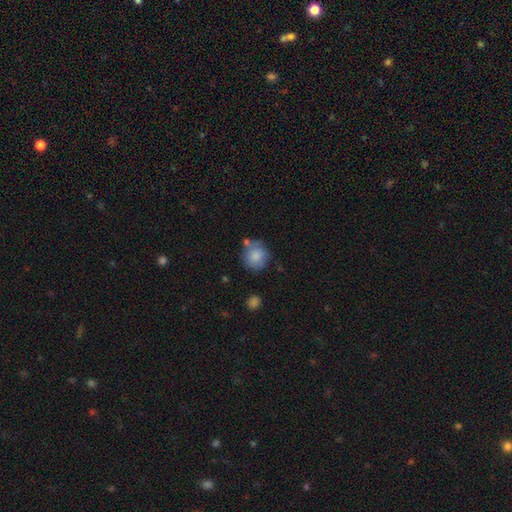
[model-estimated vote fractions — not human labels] A smooth galaxy with no disk features (82%) that is round (88%).

Vote fractions:
- Smooth or featured? smooth: 82% / featured or disk: 10% / star or artifact: 7%
- How rounded? round: 88% / in between: 11% / cigar-shaped: 1%
- Merging? none: 63% / minor disturbance: 19% / merger: 12% / major disturbance: 5%